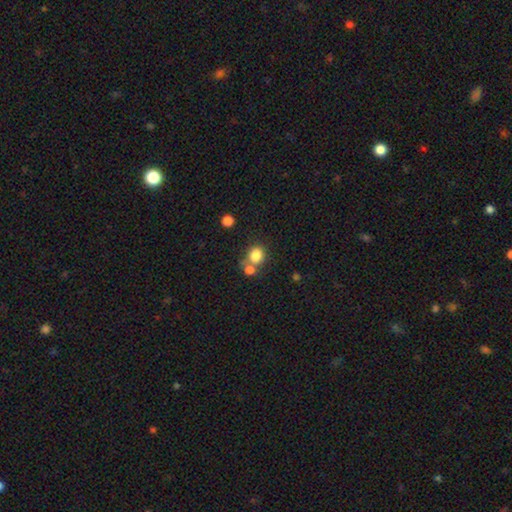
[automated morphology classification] smooth 82%, star or artifact 11%, featured or disk 7%. Down the decision tree: how rounded — round (78%); merging — none (54%).